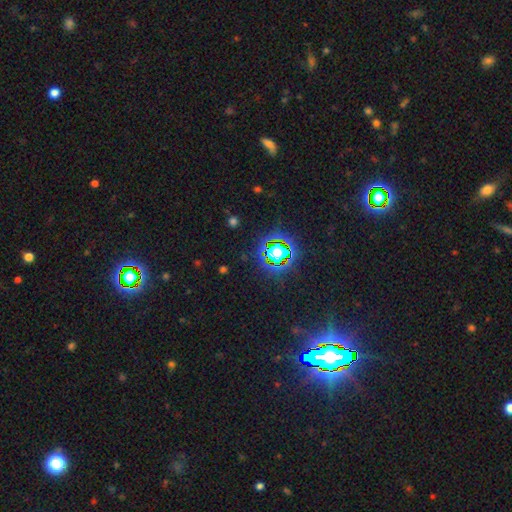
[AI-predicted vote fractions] Smooth or featured? Predicted: star or artifact (p=0.83).